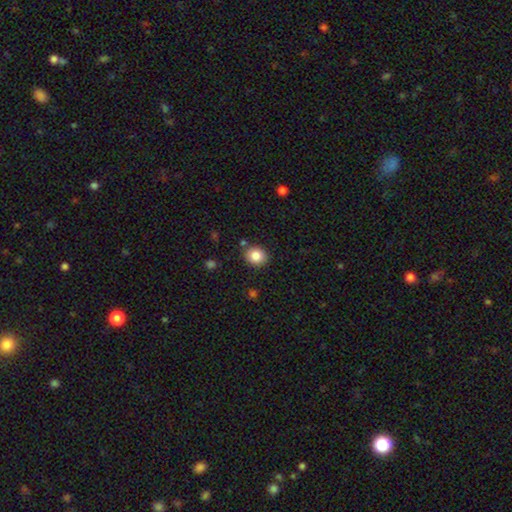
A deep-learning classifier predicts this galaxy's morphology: type=smooth (85%); roundness=round (71%); merging=none (84%).